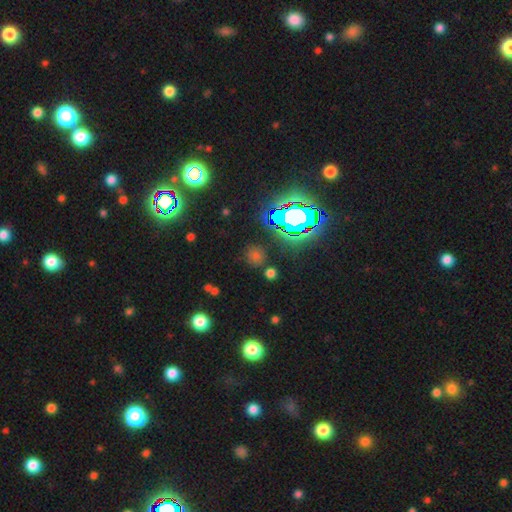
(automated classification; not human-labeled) The model was most divided on "smooth or featured": star or artifact: 49%, smooth: 42%, featured or disk: 9%.